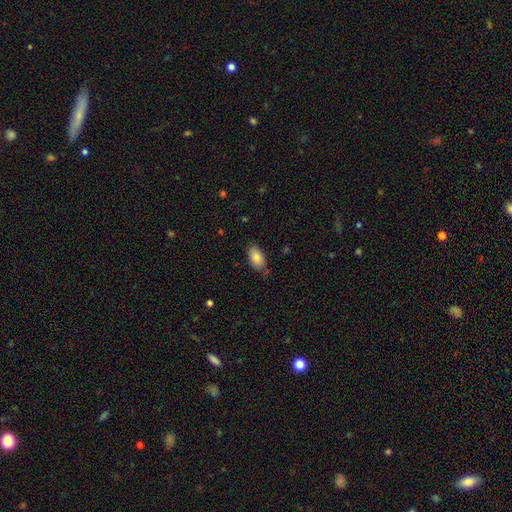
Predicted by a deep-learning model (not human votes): Q: Smooth or featured?
A: smooth (84%); runner-up: featured or disk (9%)
Q: How rounded?
A: in between (93%); runner-up: round (4%)
Q: Merging?
A: none (67%); runner-up: minor disturbance (26%)